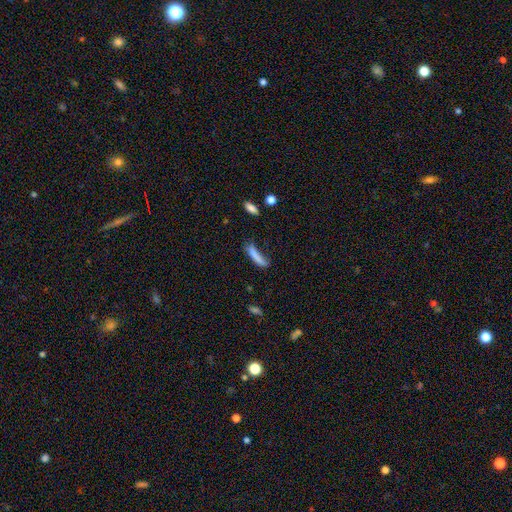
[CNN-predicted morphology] type=smooth (76%); roundness=cigar-shaped (82%); merging=none (44%).